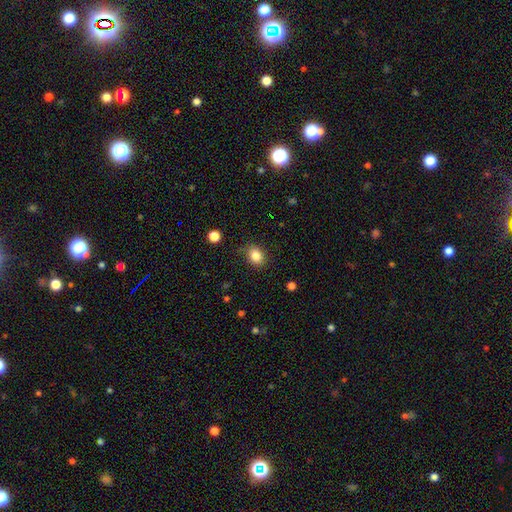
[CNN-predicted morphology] Smooth or featured?
  - smooth: 84% *
  - star or artifact: 10%
  - featured or disk: 6%
How rounded?
  - in between: 54% *
  - round: 45%
  - cigar-shaped: 1%
Merging?
  - none: 77% *
  - minor disturbance: 17%
  - major disturbance: 4%
  - merger: 2%